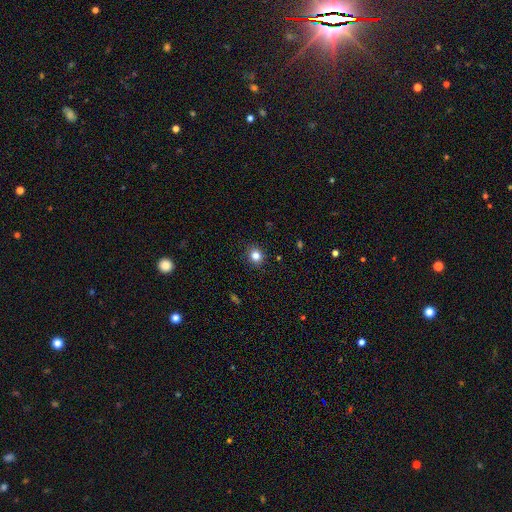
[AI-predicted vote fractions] Q: Smooth or featured?
A: smooth (83%); runner-up: star or artifact (12%)
Q: How rounded?
A: round (81%); runner-up: in between (18%)
Q: Merging?
A: none (90%); runner-up: minor disturbance (7%)